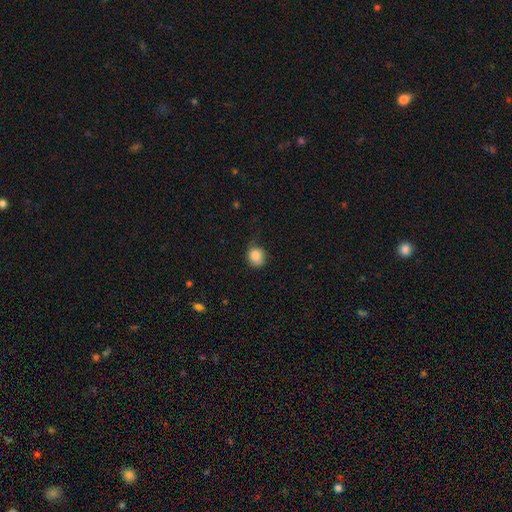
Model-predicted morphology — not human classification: smooth-or-featured: smooth: 86% | star or artifact: 9% | featured or disk: 5%
  how-rounded: round: 77% | in between: 22% | cigar-shaped: 1%
  merging: none: 67% | minor disturbance: 26% | major disturbance: 6% | merger: 1%